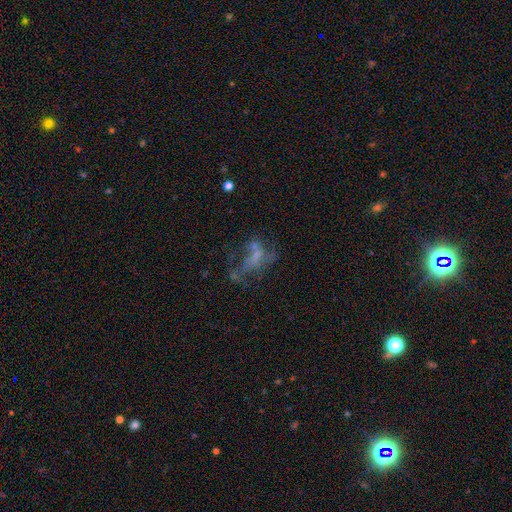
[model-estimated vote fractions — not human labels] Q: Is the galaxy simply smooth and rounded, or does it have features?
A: featured or disk — 51%.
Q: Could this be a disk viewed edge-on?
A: no — 96%.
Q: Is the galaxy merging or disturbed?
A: major disturbance — 37%.